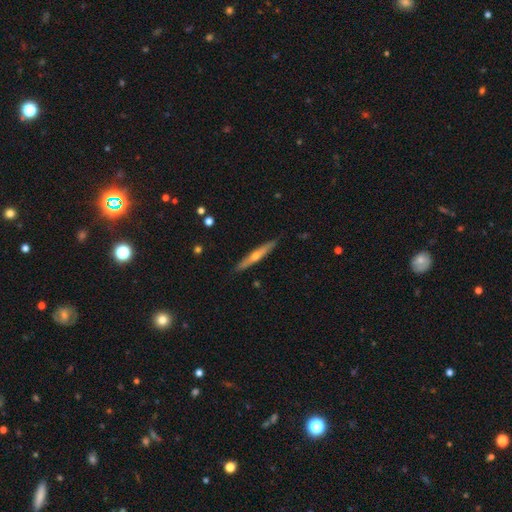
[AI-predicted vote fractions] smooth-or-featured: featured or disk: 59% | smooth: 35% | star or artifact: 6%
  disk-edge-on: yes: 95% | no: 5%
    edge-on-bulge: rounded: 81% | none: 16% | boxy: 2%
  merging: none: 89% | minor disturbance: 8% | major disturbance: 1% | merger: 1%